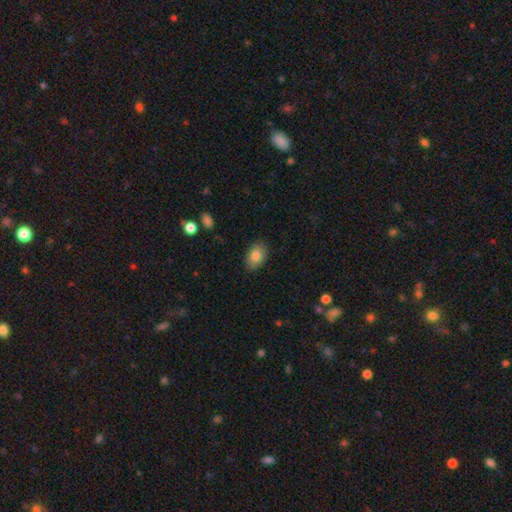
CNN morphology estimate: A smooth galaxy with no disk features (83%) that is in between round and cigar-shaped (85%).

Vote fractions:
- Smooth or featured? smooth: 83% / featured or disk: 9% / star or artifact: 7%
- How rounded? in between: 85% / round: 14% / cigar-shaped: 1%
- Merging? none: 86% / minor disturbance: 11% / major disturbance: 2% / merger: 1%